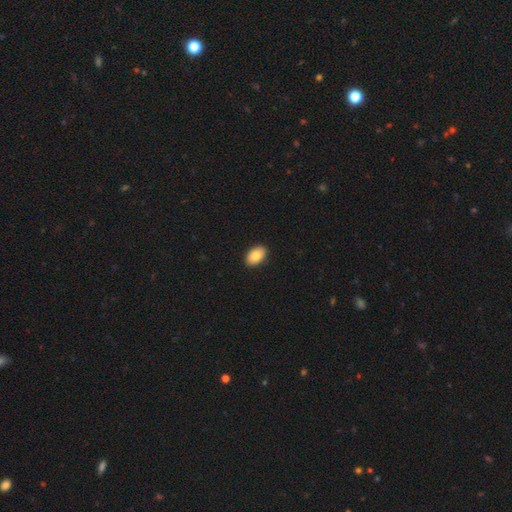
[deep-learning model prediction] smooth 85%, featured or disk 8%, star or artifact 7%. Down the decision tree: how rounded — in between (92%); merging — none (91%).